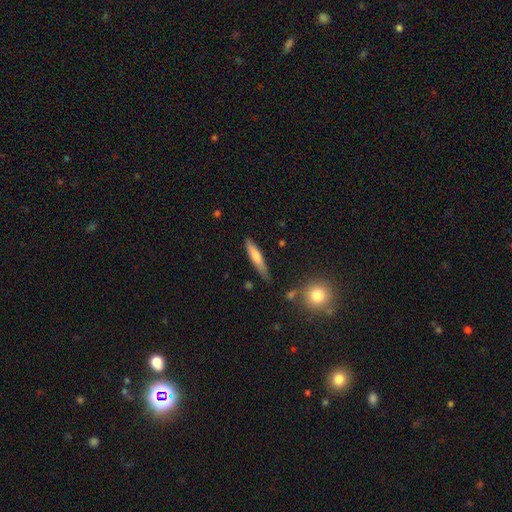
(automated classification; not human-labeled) A smooth galaxy with no disk features (63%) that is cigar-shaped (86%).

Vote fractions:
- Smooth or featured? smooth: 63% / featured or disk: 31% / star or artifact: 7%
- How rounded? cigar-shaped: 86% / in between: 13% / round: 2%
- Merging? none: 77% / minor disturbance: 16% / merger: 3% / major disturbance: 3%